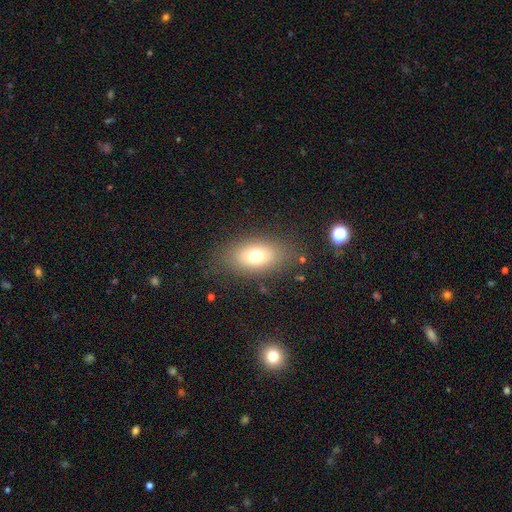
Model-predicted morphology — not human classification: This is likely a smooth galaxy (70%). How rounded: clearly in between (83%). Merging: likely none (78%).